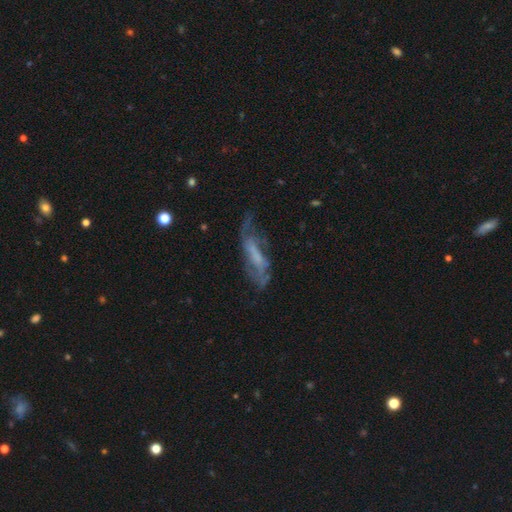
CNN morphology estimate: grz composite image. It shows a featured or disk galaxy (66%) with no bar (41%), spiral arms (73%) and no central bulge (41%). Merging: none (45%).